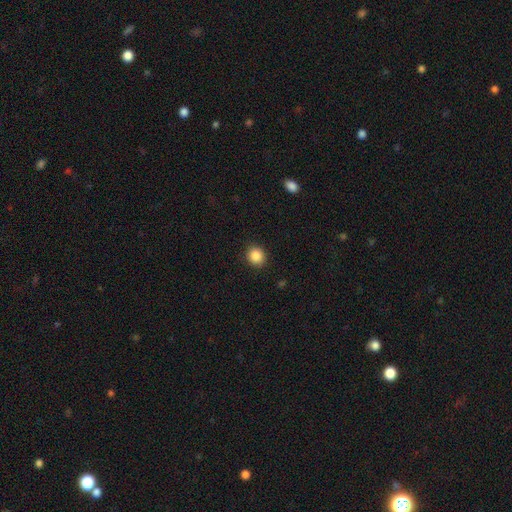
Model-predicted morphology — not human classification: The model was most divided on "how rounded": round: 83%, in between: 16%, cigar-shaped: 1%. More confident: merging — none (91%); smooth or featured — smooth (87%).